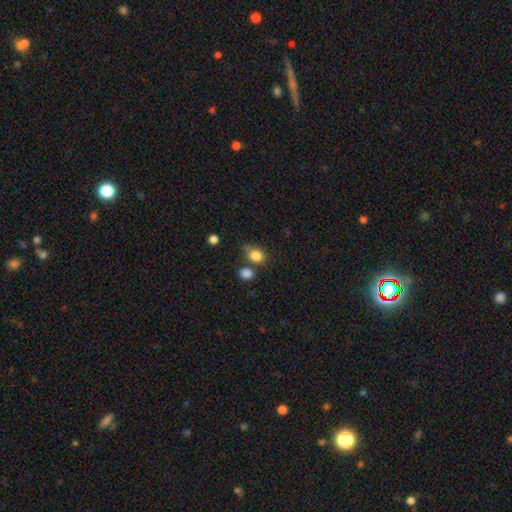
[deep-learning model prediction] This is clearly a smooth galaxy (83%). How rounded: possibly round (57%). Merging: possibly none (58%).